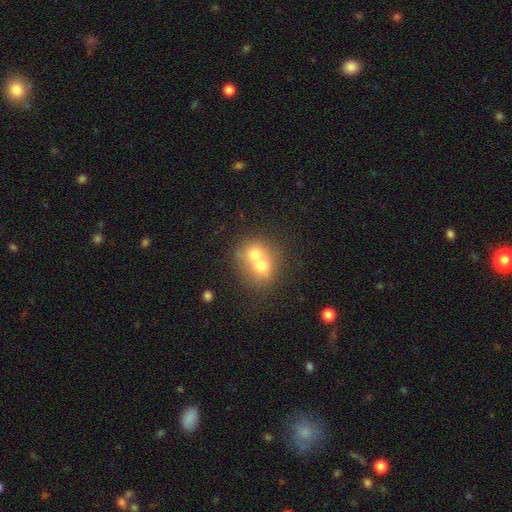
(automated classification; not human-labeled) A smooth galaxy with no disk features (63%) that is round (73%). Merging: merger (69%).